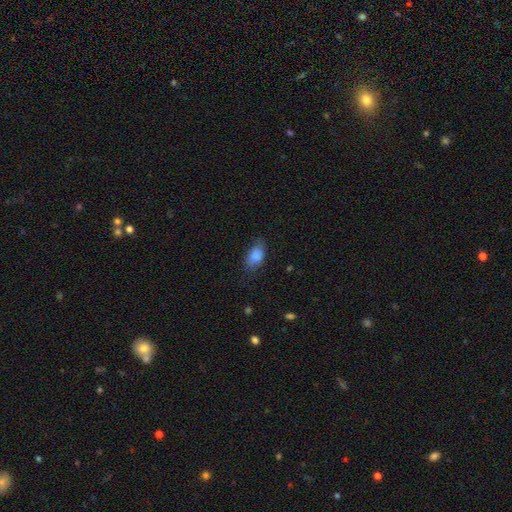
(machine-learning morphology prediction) smooth 85%, star or artifact 8%, featured or disk 8%. Down the decision tree: how rounded — in between (88%); merging — none (69%).